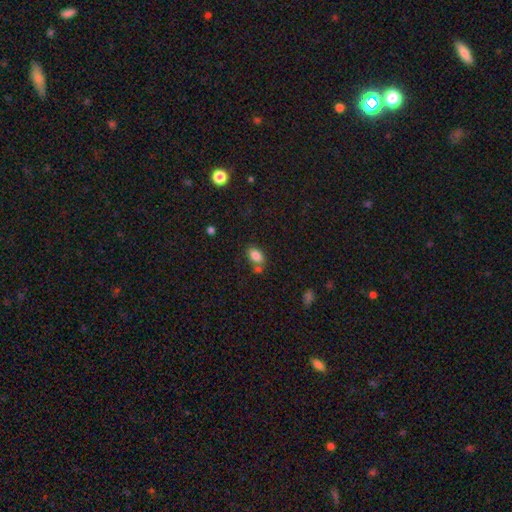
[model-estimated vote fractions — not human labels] Smooth or featured: smooth — 84% (star or artifact — 9%)
How rounded: in between — 89% (round — 9%)
Merging: none — 58% (merger — 23%)